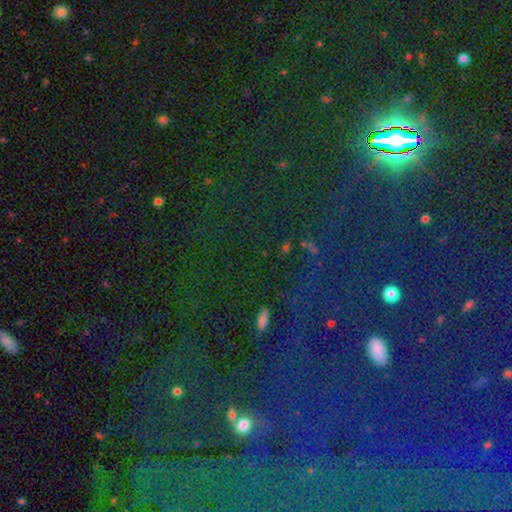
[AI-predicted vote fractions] Smooth or featured: star or artifact — 83% (smooth — 10%)